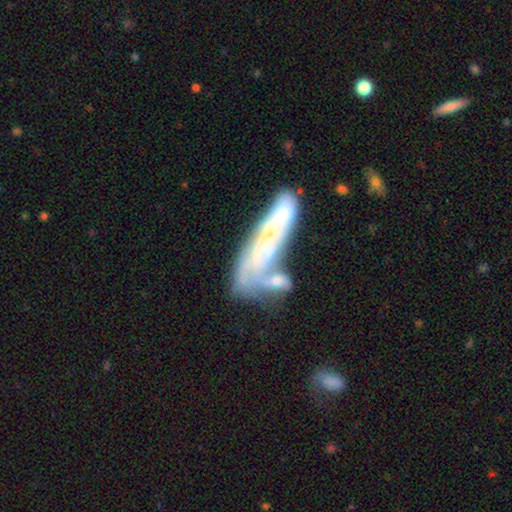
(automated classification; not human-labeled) featured or disk 64%, smooth 28%, star or artifact 8%. Down the decision tree: edge-on disk — no (79%); bar — no (67%); spiral arms — yes (52%); bulge size — small (46%); merging — merger (47%).